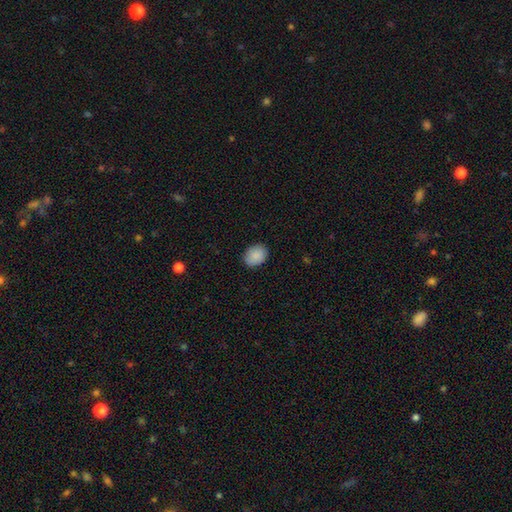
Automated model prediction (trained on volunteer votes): Smooth or featured? Predicted: smooth (p=0.89). How rounded? Predicted: in between (p=0.63). Merging? Predicted: none (p=0.86).